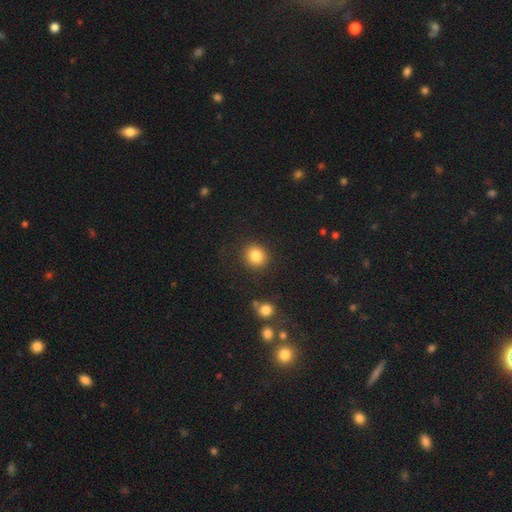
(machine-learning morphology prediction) A smooth galaxy with no disk features (84%) that is round (86%). Merging: none (87%).